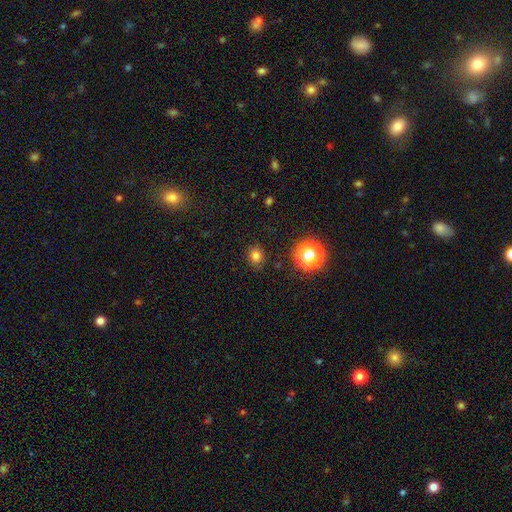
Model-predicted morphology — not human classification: smooth 78%, star or artifact 17%, featured or disk 5%. Down the decision tree: how rounded — round (76%); merging — none (86%).